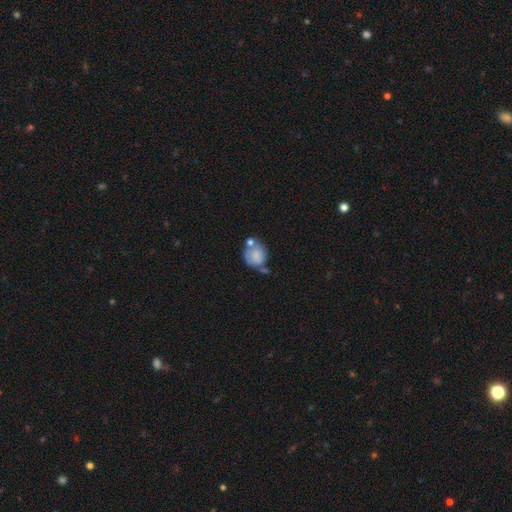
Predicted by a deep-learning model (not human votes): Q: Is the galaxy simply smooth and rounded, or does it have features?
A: smooth — 68%.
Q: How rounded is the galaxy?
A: round — 66%.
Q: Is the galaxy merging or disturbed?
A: none — 35%.